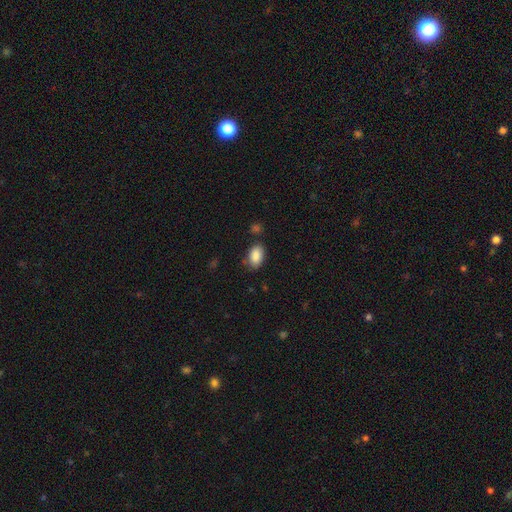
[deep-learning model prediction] Smooth or featured? Predicted: smooth (p=0.88). How rounded? Predicted: in between (p=0.91). Merging? Predicted: none (p=0.77).